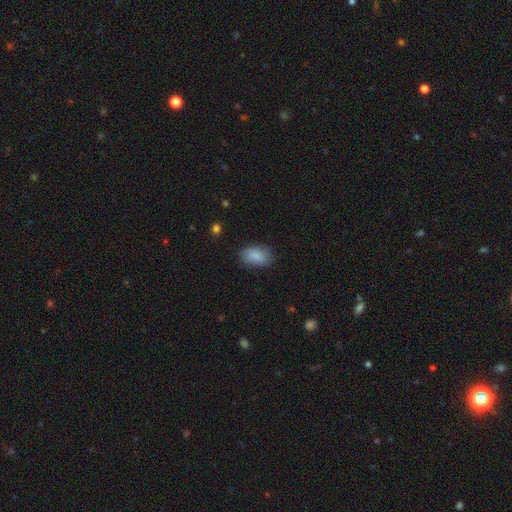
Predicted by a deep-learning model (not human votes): smooth-or-featured: smooth: 87% | star or artifact: 7% | featured or disk: 6%
  how-rounded: in between: 91% | round: 7% | cigar-shaped: 2%
  merging: none: 80% | minor disturbance: 15% | major disturbance: 4% | merger: 1%